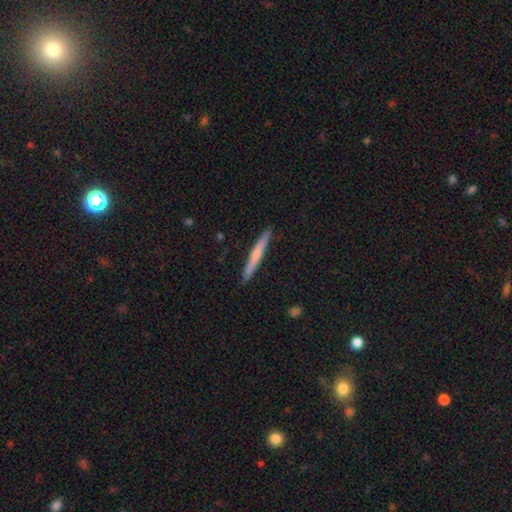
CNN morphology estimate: This is possibly a smooth galaxy (57%). How rounded: clearly cigar-shaped (96%). Merging: clearly none (92%).